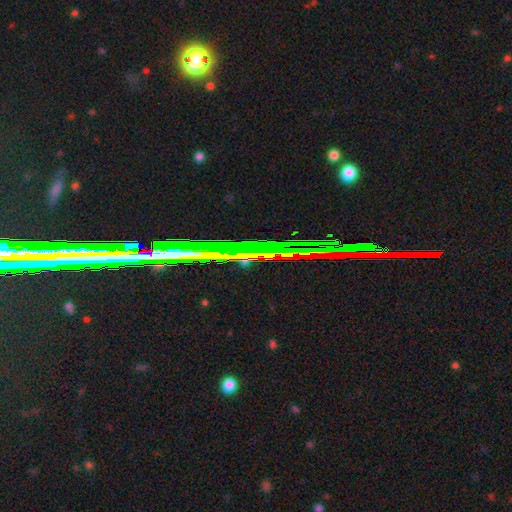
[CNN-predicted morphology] Overall: star or artifact (78%).